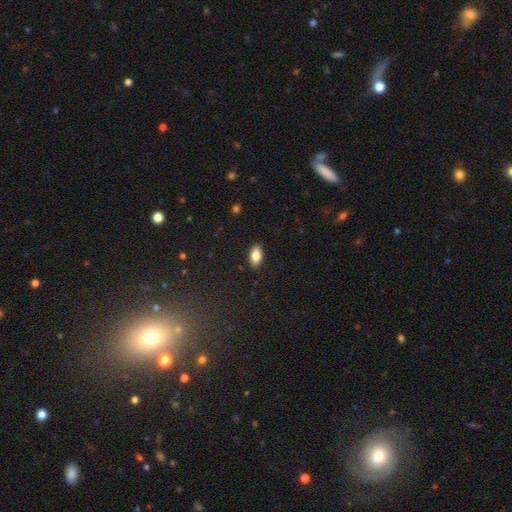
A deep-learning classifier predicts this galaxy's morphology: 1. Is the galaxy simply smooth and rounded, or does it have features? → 84% smooth, 9% featured or disk, 7% star or artifact.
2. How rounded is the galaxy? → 92% in between, 4% cigar-shaped, 4% round.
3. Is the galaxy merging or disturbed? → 88% none, 9% minor disturbance, 2% major disturbance, 1% merger.